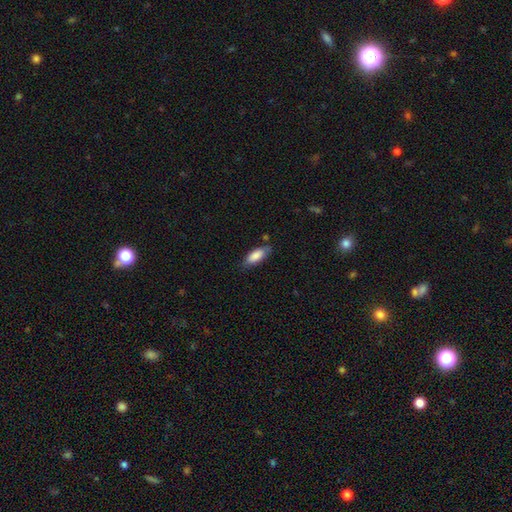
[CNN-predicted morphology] smooth_or_featured: smooth (p=0.83) [alt: featured or disk p=0.10]
how_rounded: in between (p=0.75) [alt: cigar-shaped p=0.23]
merging: none (p=0.69) [alt: minor disturbance p=0.23]